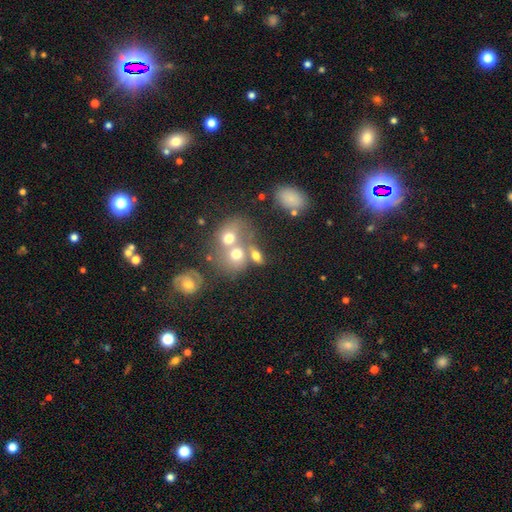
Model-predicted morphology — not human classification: Smooth or featured? Predicted: smooth (p=0.62). How rounded? Predicted: in between (p=0.57). Merging? Predicted: merger (p=0.47).